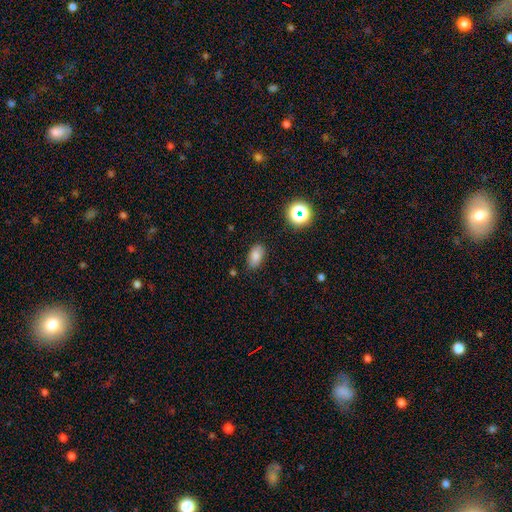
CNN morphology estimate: A smooth galaxy with no disk features (79%) that is in between round and cigar-shaped (90%). Merging: none (83%).